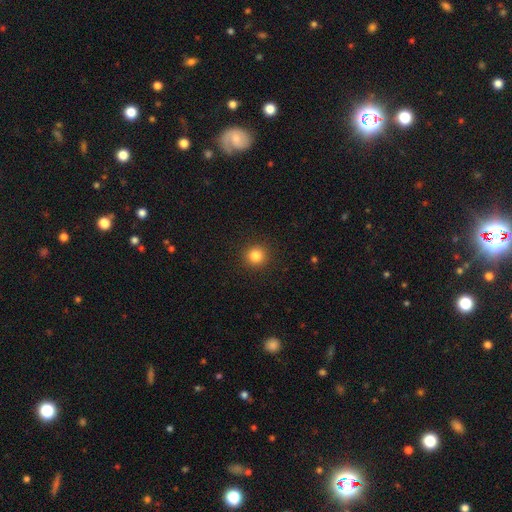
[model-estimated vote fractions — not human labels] Overall: smooth (83%). How rounded: round (94%). Merging: none (92%).